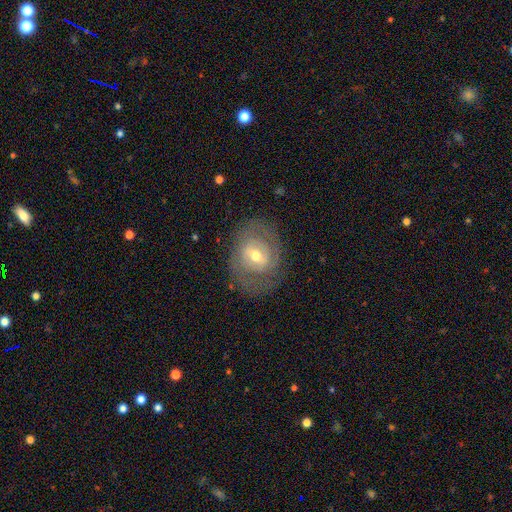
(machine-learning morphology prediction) A featured or disk galaxy (66%) with a weak bar (49%), spiral arms (58%) and a moderate central bulge (66%).

Vote fractions:
- Smooth or featured? featured or disk: 66% / smooth: 27% / star or artifact: 7%
- Edge-on disk? no: 95% / yes: 5%
- Bar? weak: 49% / no: 30% / strong: 21%
- Spiral arms? yes: 58% / no: 42%
- Bulge size? moderate: 66% / small: 27% / large: 5% / none: 1% / dominant: 1%
- Merging? none: 72% / minor disturbance: 16% / major disturbance: 10% / merger: 1%